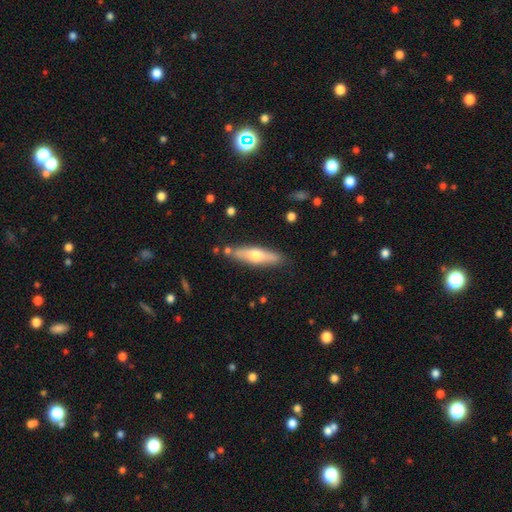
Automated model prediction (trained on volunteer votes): Morphology: type=smooth (53%); roundness=cigar-shaped (69%); merging=none (82%).